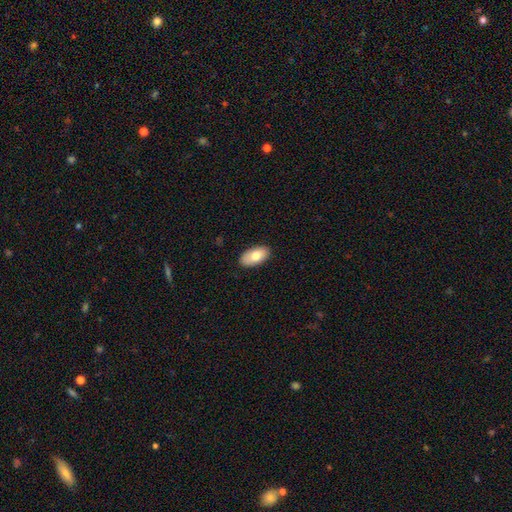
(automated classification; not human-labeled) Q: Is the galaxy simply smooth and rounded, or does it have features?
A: smooth — 76%.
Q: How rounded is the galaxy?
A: in between — 95%.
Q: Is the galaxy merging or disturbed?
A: none — 88%.